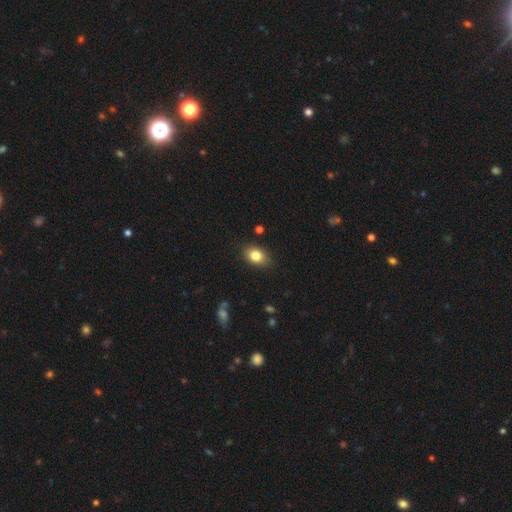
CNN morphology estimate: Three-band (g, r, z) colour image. It shows a smooth galaxy with no disk features (83%) that is in between round and cigar-shaped (73%). Merging: none (85%).